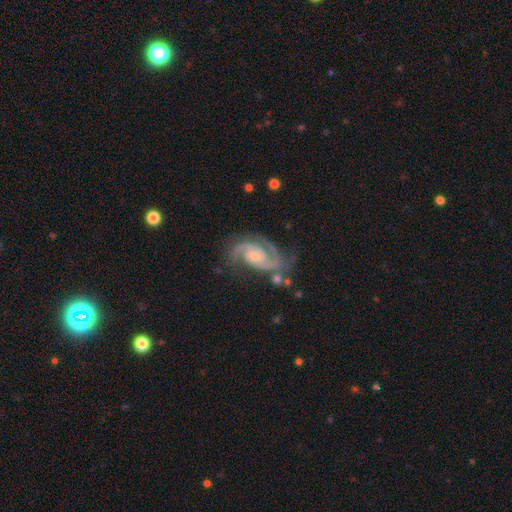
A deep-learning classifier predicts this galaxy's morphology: This is clearly a featured or disk galaxy (93%). It is clearly not viewed edge-on (98%). Bar: possibly no (60%). Spiral arm pattern: clearly yes (99%). Spiral arm count: clearly 2 (86%). Spiral winding: possibly medium (49%). Central bulge: likely small (67%). Merging: likely none (69%).